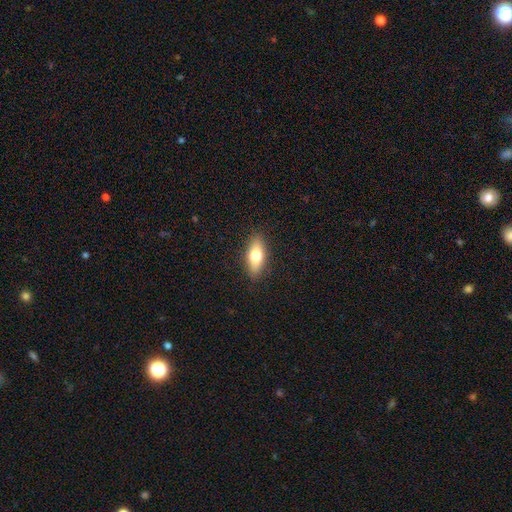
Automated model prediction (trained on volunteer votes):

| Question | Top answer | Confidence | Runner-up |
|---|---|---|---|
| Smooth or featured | smooth | 71% | featured or disk (22%) |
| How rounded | in between | 76% | cigar-shaped (20%) |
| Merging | none | 88% | minor disturbance (9%) |